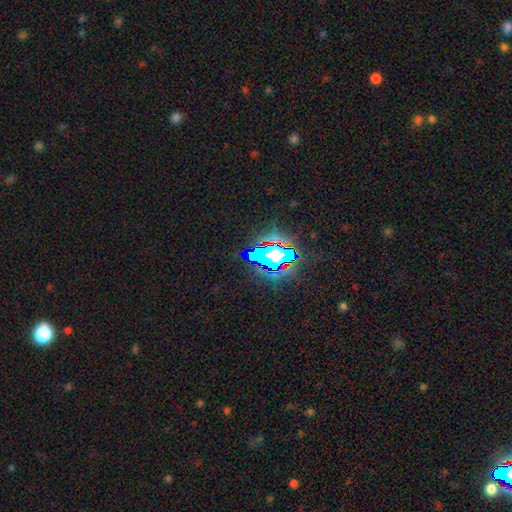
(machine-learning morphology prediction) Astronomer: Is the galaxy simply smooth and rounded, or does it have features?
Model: star or artifact — 60%.